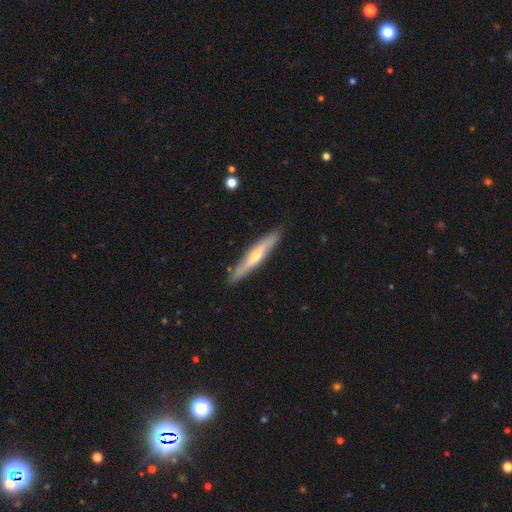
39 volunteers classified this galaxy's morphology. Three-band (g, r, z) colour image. It shows a featured or disk galaxy (69%) viewed edge-on (85%) with a rounded central bulge (91%). Merging: none (100%).